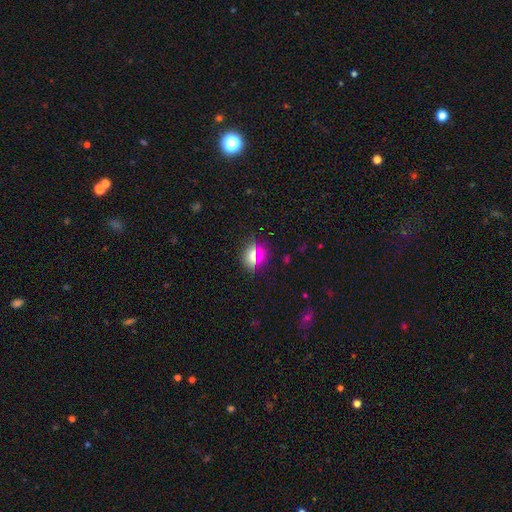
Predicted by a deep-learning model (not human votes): Smooth or featured? Predicted: smooth (p=0.67). How rounded? Predicted: round (p=0.78). Merging? Predicted: none (p=0.86).